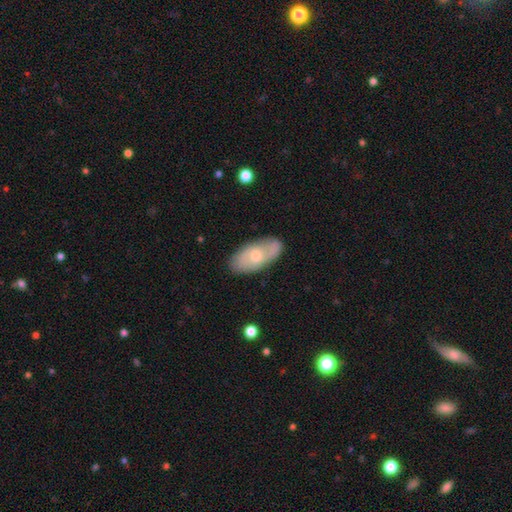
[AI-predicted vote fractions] Smooth or featured? Predicted: smooth (p=0.47, tied with featured or disk). Merging? Predicted: none (p=0.78).